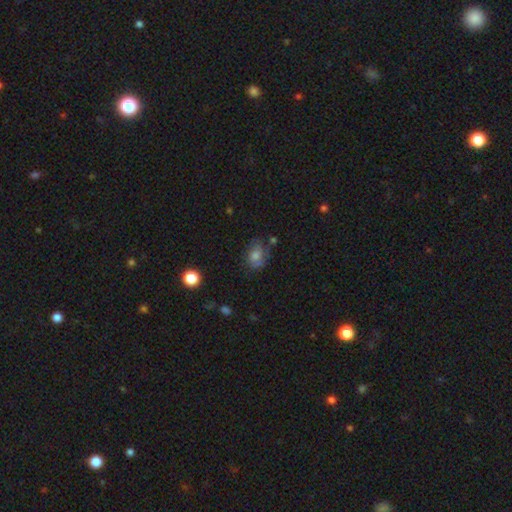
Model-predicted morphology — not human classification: Smooth or featured? smooth (54%)
How rounded? in between (61%)
Merging? none (63%)